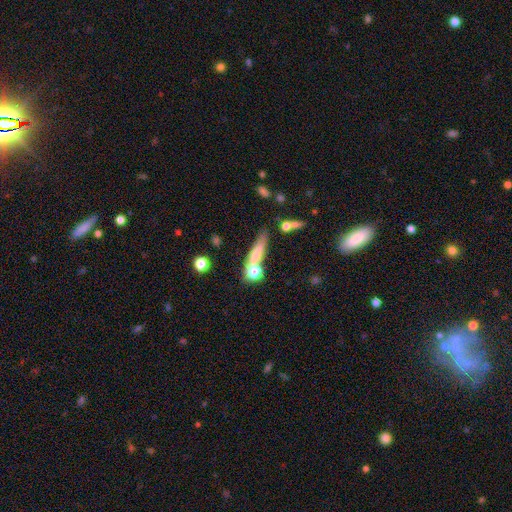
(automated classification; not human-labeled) Overall: smooth (61%; featured or disk 27%). How rounded: cigar-shaped (69%). Merging: none (53%; merger 24%).